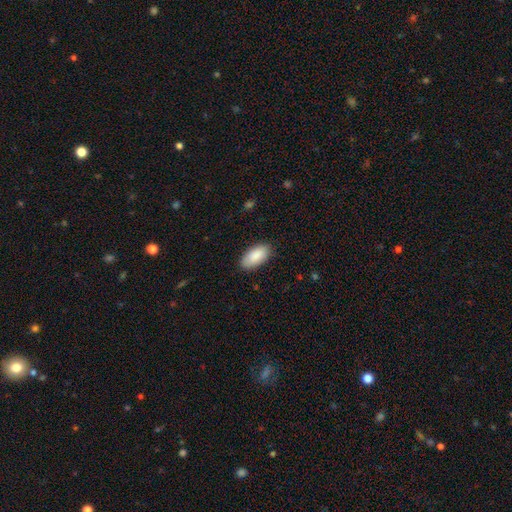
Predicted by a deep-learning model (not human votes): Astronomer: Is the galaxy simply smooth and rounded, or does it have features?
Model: smooth — 89%.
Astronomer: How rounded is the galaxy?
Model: in between — 92%.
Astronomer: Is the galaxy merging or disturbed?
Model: none — 85%.